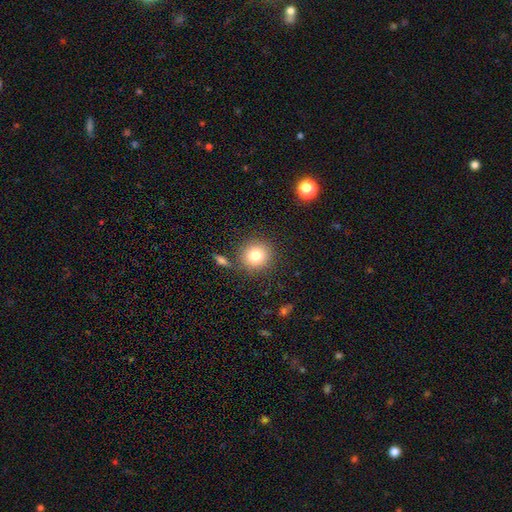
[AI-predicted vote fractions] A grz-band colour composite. It shows a smooth galaxy with no disk features (81%) that is round (89%). Merging: none (84%).